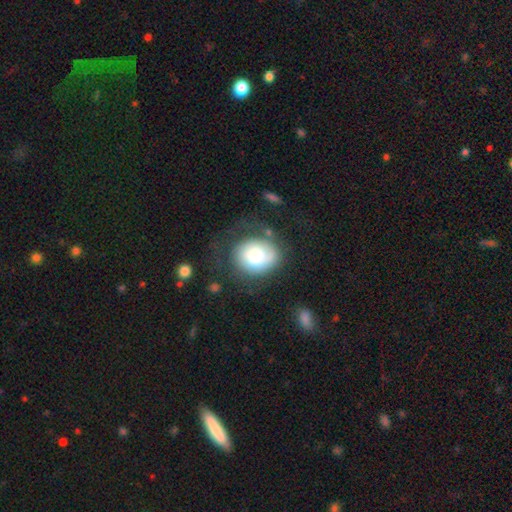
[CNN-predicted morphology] This is possibly a smooth galaxy (58%). How rounded: likely round (62%). Merging: possibly none (48%).